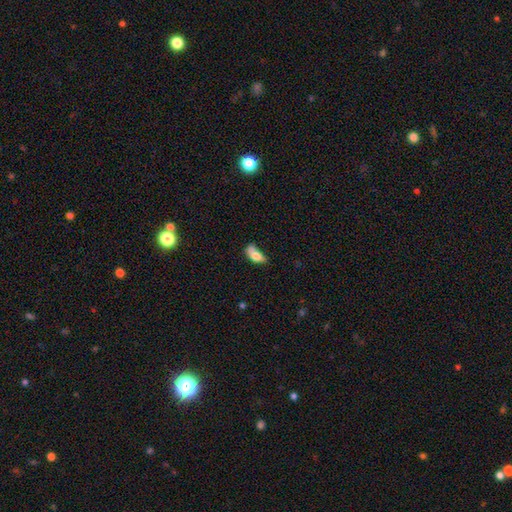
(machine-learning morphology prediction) Smooth or featured?
  - smooth: 72% *
  - featured or disk: 20%
  - star or artifact: 8%
How rounded?
  - in between: 83% *
  - cigar-shaped: 10%
  - round: 7%
Merging?
  - minor disturbance: 28% * (tied)
  - none: 28% * (tied)
  - merger: 23%
  - major disturbance: 21%